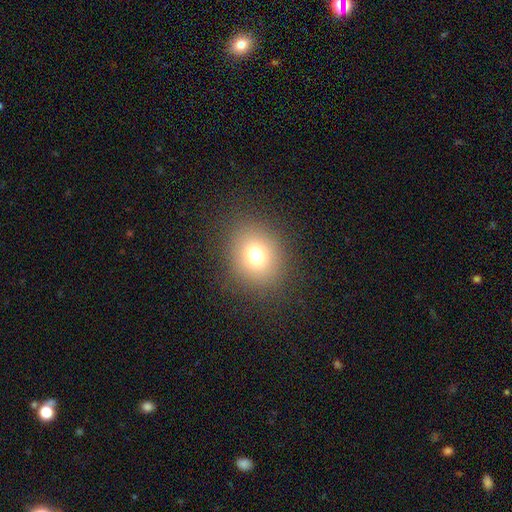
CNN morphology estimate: A smooth galaxy with no disk features (73%) that is round (74%). Merging: none (87%).